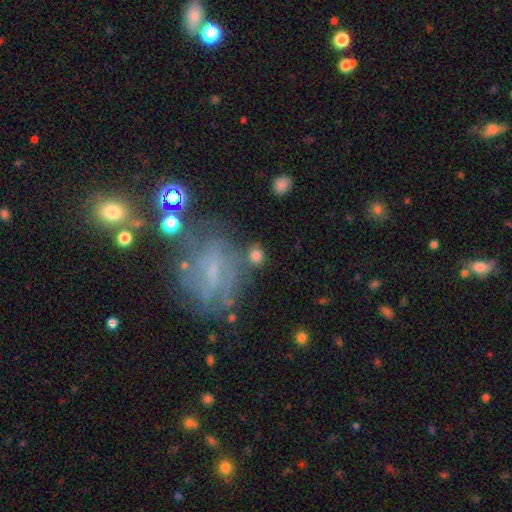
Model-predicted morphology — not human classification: Smooth or featured? smooth (72%)
How rounded? round (81%)
Merging? none (72%)